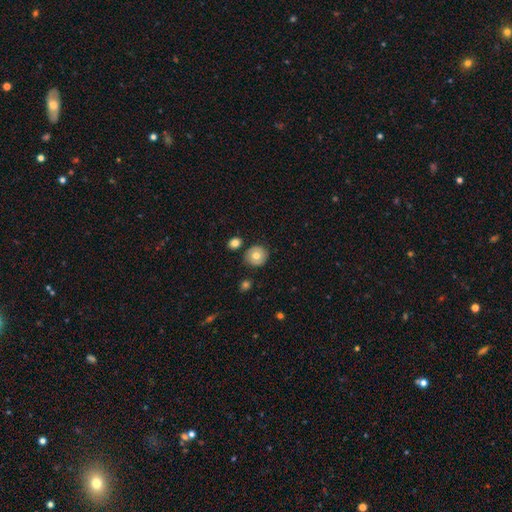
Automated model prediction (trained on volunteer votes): Smooth or featured? smooth (68%)
How rounded? round (88%)
Merging? none (82%)